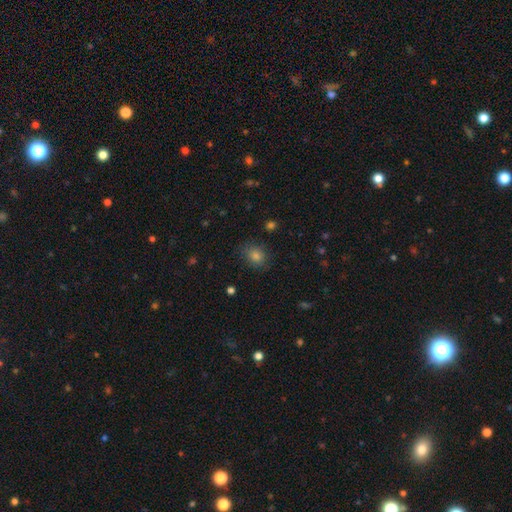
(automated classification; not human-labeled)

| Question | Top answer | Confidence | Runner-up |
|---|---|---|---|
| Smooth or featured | smooth | 78% | star or artifact (16%) |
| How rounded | round | 62% | in between (36%) |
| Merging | none | 83% | minor disturbance (12%) |